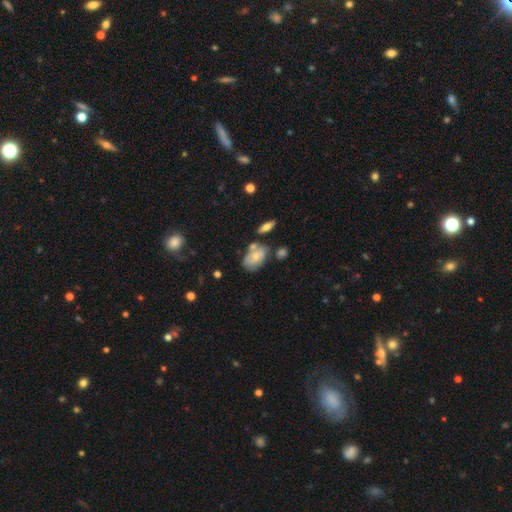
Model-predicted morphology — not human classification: A smooth galaxy with no disk features (61%) that is in between round and cigar-shaped (86%). Merging: none (48%).